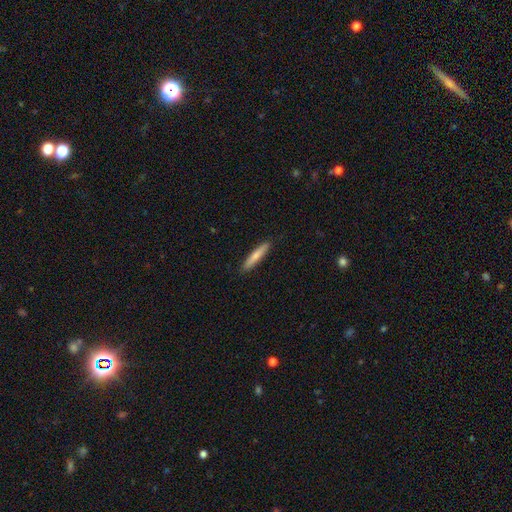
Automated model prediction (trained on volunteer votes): A smooth galaxy with no disk features (73%) that is cigar-shaped (91%). Merging: none (91%).